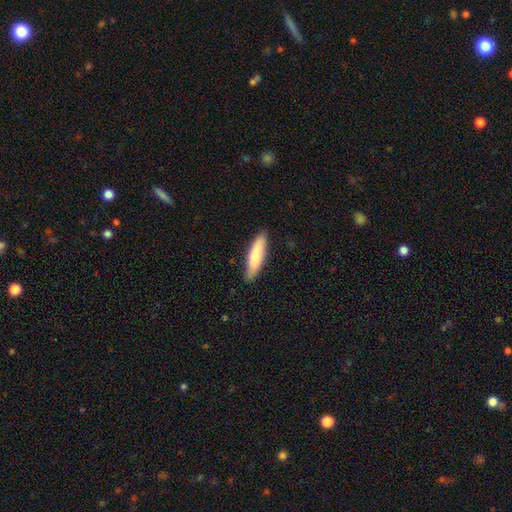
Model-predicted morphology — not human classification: This is likely a smooth galaxy (79%). How rounded: likely cigar-shaped (67%). Merging: clearly none (83%).